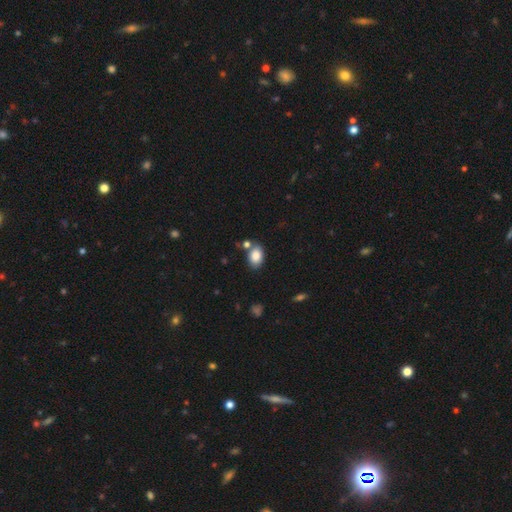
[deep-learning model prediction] smooth_or_featured: smooth (p=0.86) [alt: star or artifact p=0.08]
how_rounded: in between (p=0.80) [alt: round p=0.19]
merging: none (p=0.70) [alt: minor disturbance p=0.13]